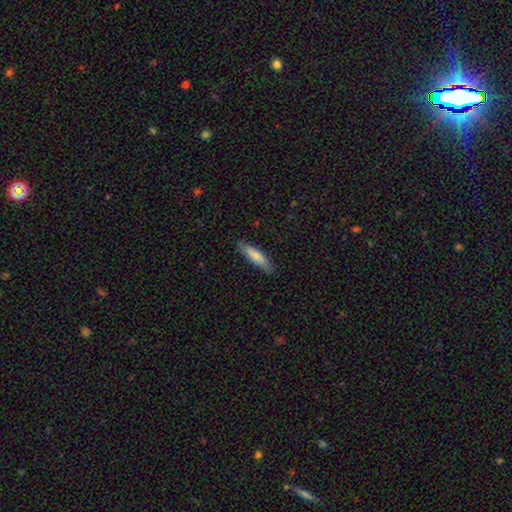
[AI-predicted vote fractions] This appears to be a smooth galaxy with no disk features (79%) that is cigar-shaped (71%). Merging: none (86%).